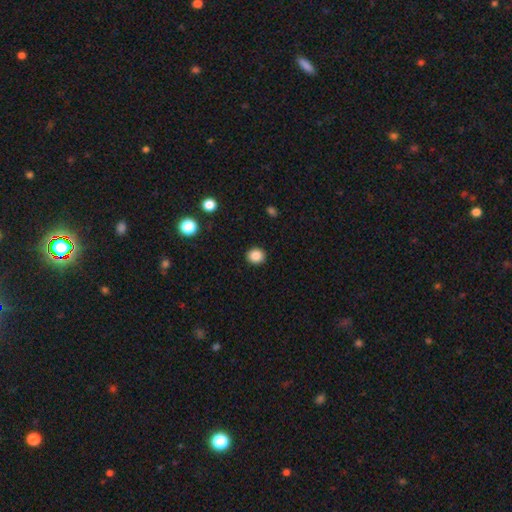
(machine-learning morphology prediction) Smooth or featured?
  - smooth: 87% *
  - star or artifact: 10%
  - featured or disk: 3%
How rounded?
  - round: 83% *
  - in between: 16%
  - cigar-shaped: 1%
Merging?
  - none: 92% *
  - minor disturbance: 6%
  - major disturbance: 2%
  - merger: 1%